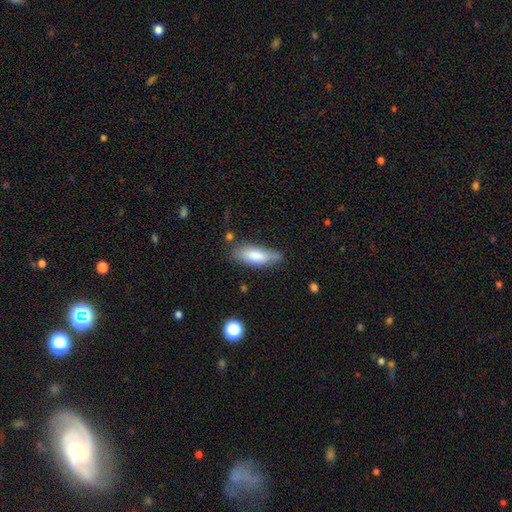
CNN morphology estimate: smooth 79%, featured or disk 14%, star or artifact 6%. Down the decision tree: how rounded — in between (66%); merging — none (67%).